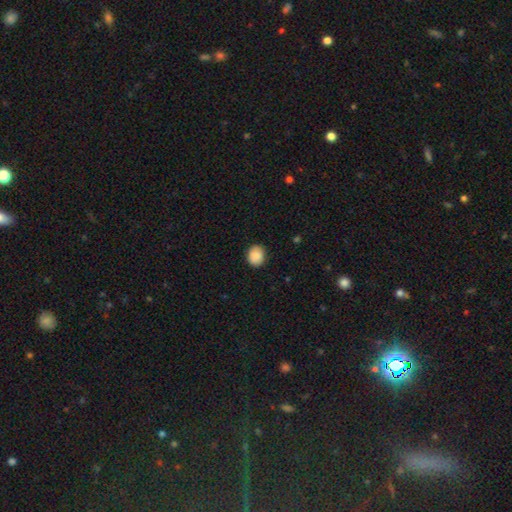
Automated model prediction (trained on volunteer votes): Smooth or featured? smooth (89%)
How rounded? round (67%)
Merging? none (87%)